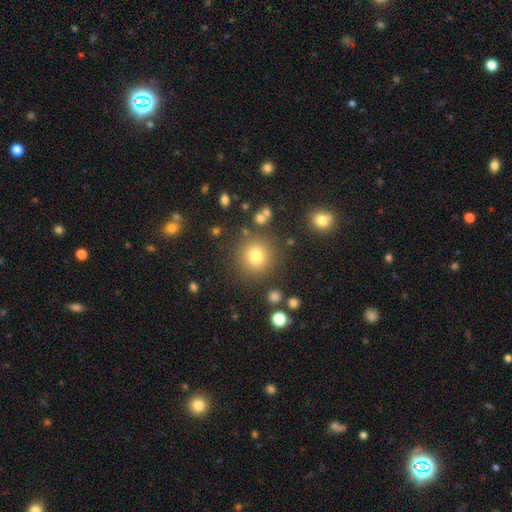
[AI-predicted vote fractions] Morphology: type=smooth (78%); roundness=round (93%); merging=none (85%).